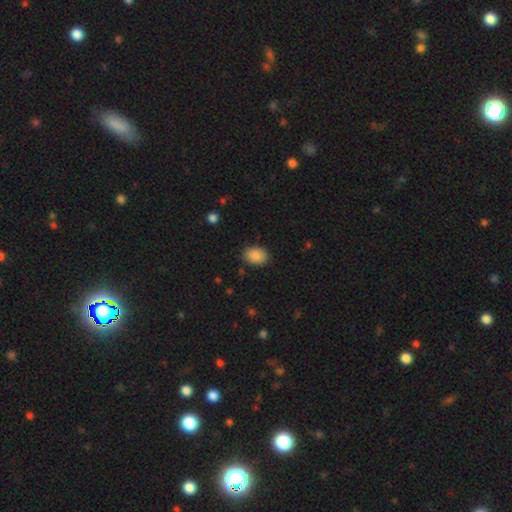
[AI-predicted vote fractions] This is clearly a smooth galaxy (88%). How rounded: likely in between (78%). Merging: clearly none (87%).